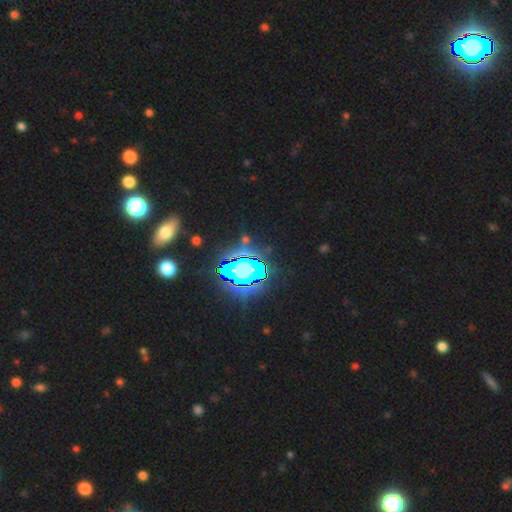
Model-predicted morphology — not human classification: This appears to be a star or artifact, not a galaxy (78%).